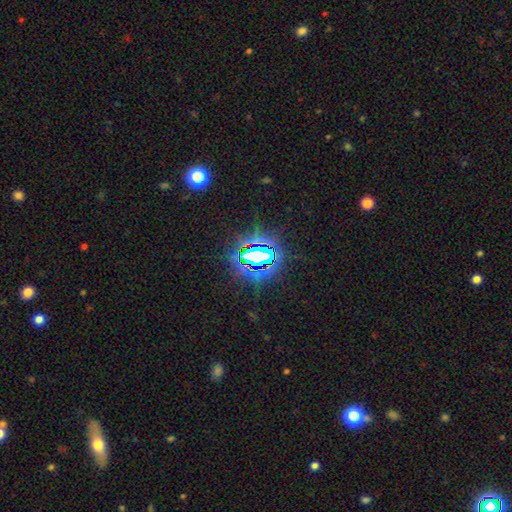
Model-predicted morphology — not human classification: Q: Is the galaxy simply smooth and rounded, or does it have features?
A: star or artifact — 77%.